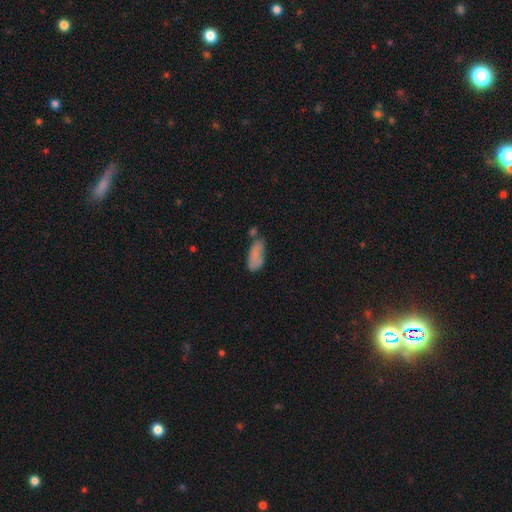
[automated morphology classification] Smooth or featured? smooth (77%)
How rounded? in between (84%)
Merging? none (41%)